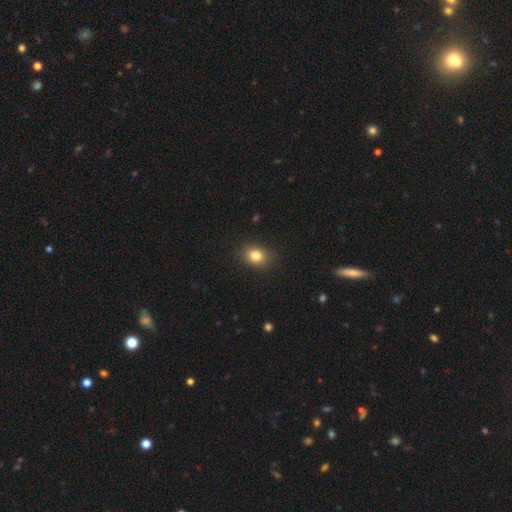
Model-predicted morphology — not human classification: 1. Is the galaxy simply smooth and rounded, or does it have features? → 82% smooth, 11% star or artifact, 7% featured or disk.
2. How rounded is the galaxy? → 50% in between, 49% round, 1% cigar-shaped.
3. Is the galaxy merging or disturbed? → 88% none, 9% minor disturbance, 2% major disturbance, 1% merger.